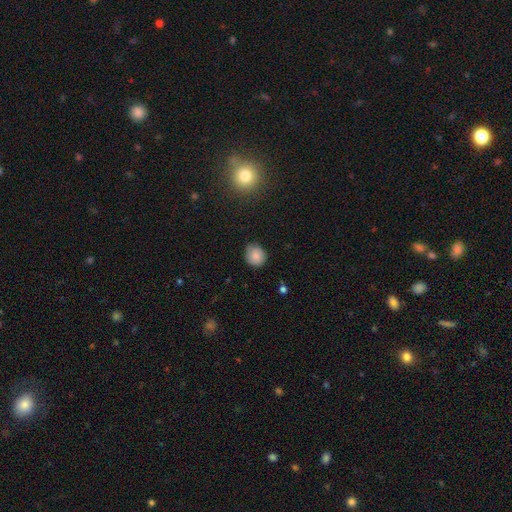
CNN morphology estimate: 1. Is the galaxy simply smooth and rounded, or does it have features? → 83% smooth, 9% star or artifact, 8% featured or disk.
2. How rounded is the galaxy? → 83% round, 16% in between, 1% cigar-shaped.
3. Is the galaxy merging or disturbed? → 79% none, 17% minor disturbance, 3% major disturbance, 1% merger.